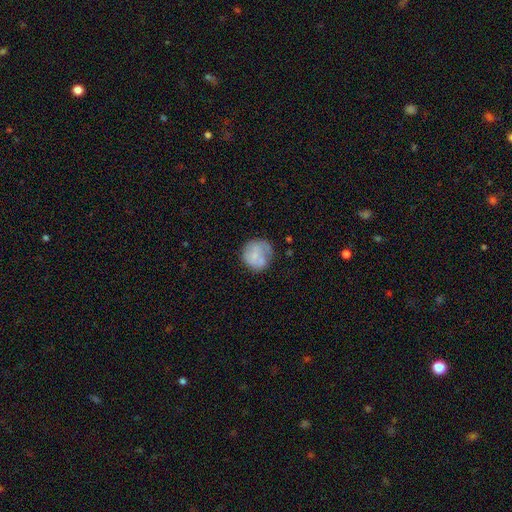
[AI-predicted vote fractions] smooth_or_featured: smooth (p=0.63) [alt: featured or disk p=0.30]
how_rounded: round (p=0.88) [alt: in between p=0.12]
merging: none (p=0.55) [alt: minor disturbance p=0.26]